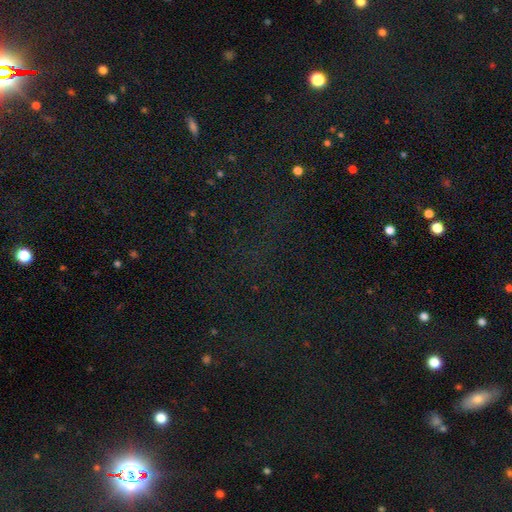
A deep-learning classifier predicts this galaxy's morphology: This appears to be a star or artifact, not a galaxy (74%).